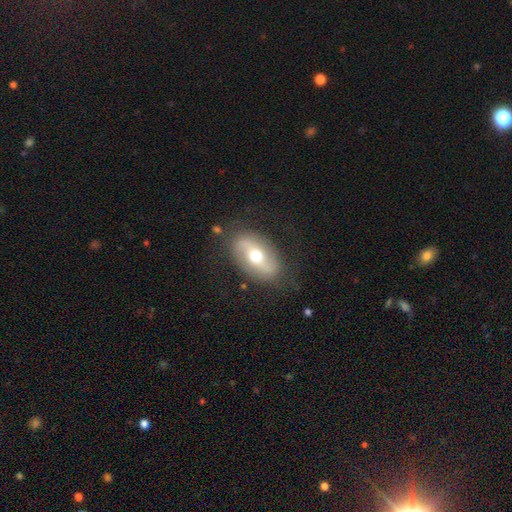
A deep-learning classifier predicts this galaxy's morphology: A featured or disk galaxy (63%) with a strong bar (38%), spiral arms (64%) and a moderate central bulge (73%).

Vote fractions:
- Smooth or featured? featured or disk: 63% / smooth: 30% / star or artifact: 7%
- Edge-on disk? no: 89% / yes: 11%
- Bar? strong: 38% / no: 33% / weak: 29%
- Spiral arms? yes: 64% / no: 36%
- Bulge size? moderate: 73% / small: 15% / large: 9% / dominant: 2% / none: 1%
- Merging? none: 79% / minor disturbance: 13% / major disturbance: 6% / merger: 2%